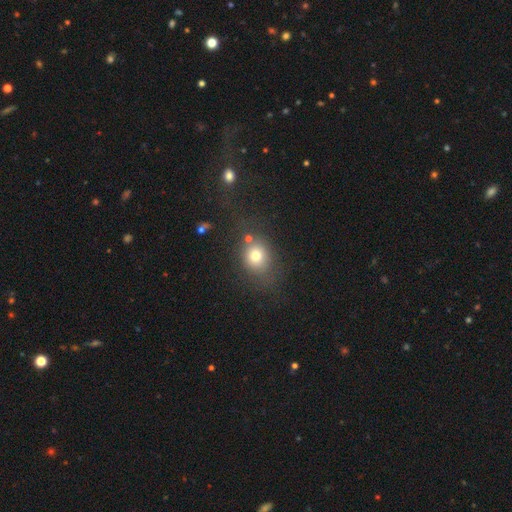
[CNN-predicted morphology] Overall: smooth (74%). How rounded: round (66%; in between 33%). Merging: none (66%).